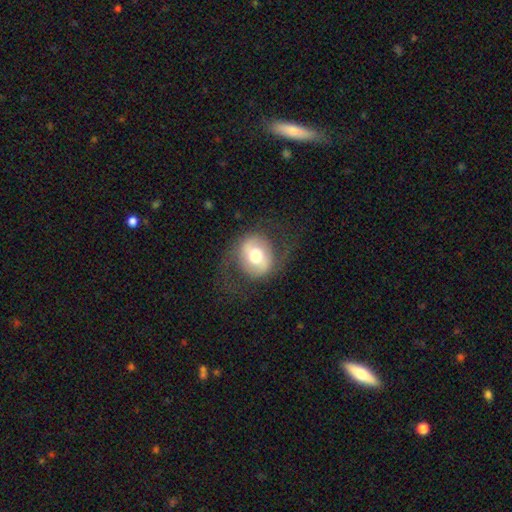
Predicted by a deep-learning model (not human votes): smooth-or-featured: featured or disk: 48% | smooth: 45% | star or artifact: 7%
  merging: none: 70% | major disturbance: 15% | minor disturbance: 14% | merger: 1%